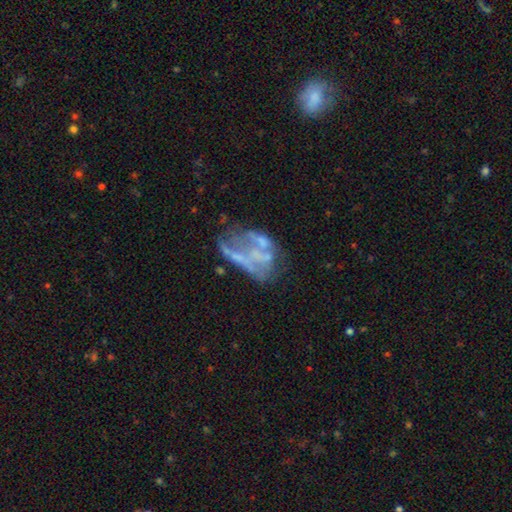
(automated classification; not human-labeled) Q: Smooth or featured?
A: featured or disk (70%); runner-up: smooth (17%)
Q: Edge-on disk?
A: no (98%); runner-up: yes (2%)
Q: Bar?
A: no (86%); runner-up: weak (10%)
Q: Spiral arms?
A: no (87%); runner-up: yes (13%)
Q: Bulge size?
A: none (73%); runner-up: small (14%)
Q: Merging?
A: major disturbance (33%); runner-up: none (32%)